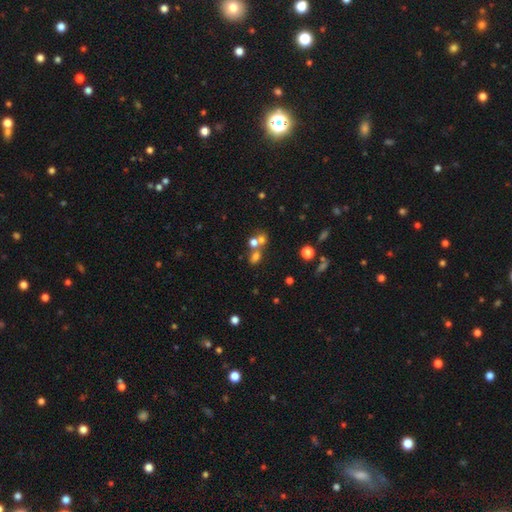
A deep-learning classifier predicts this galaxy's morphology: A smooth galaxy with no disk features (53%) that is round (62%).

Vote fractions:
- Smooth or featured? smooth: 53% / star or artifact: 30% / featured or disk: 17%
- How rounded? round: 62% / in between: 35% / cigar-shaped: 3%
- Merging? none: 46% / merger: 41% / minor disturbance: 7% / major disturbance: 5%